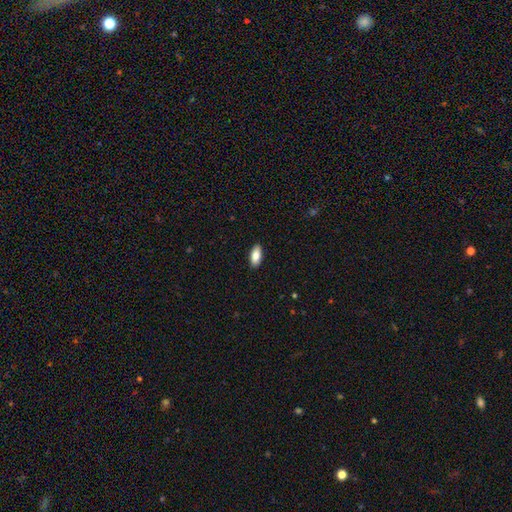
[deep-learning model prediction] smooth-or-featured: smooth: 83% | featured or disk: 10% | star or artifact: 6%
  how-rounded: in between: 89% | cigar-shaped: 9% | round: 2%
  merging: none: 90% | minor disturbance: 7% | major disturbance: 2% | merger: 1%